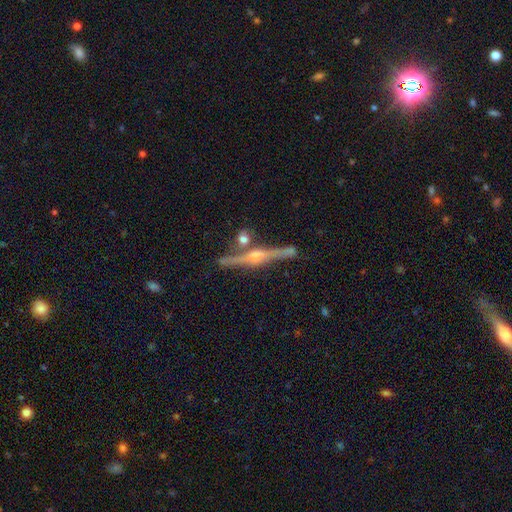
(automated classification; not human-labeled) A featured or disk galaxy (85%) viewed edge-on (97%) with a rounded central bulge (89%). Merging: none (78%).